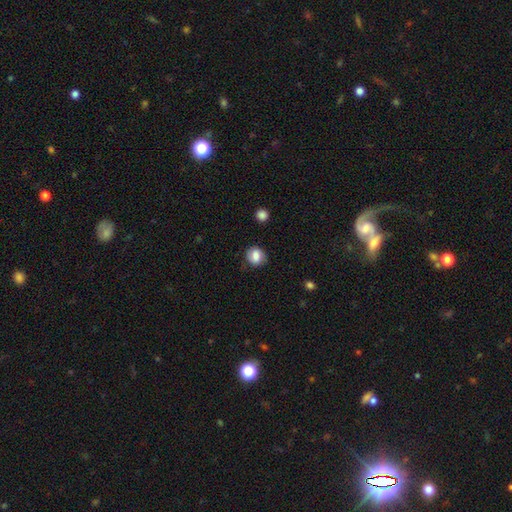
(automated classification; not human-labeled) This appears to be a smooth galaxy with no disk features (78%) that is round (66%). Merging: none (78%).